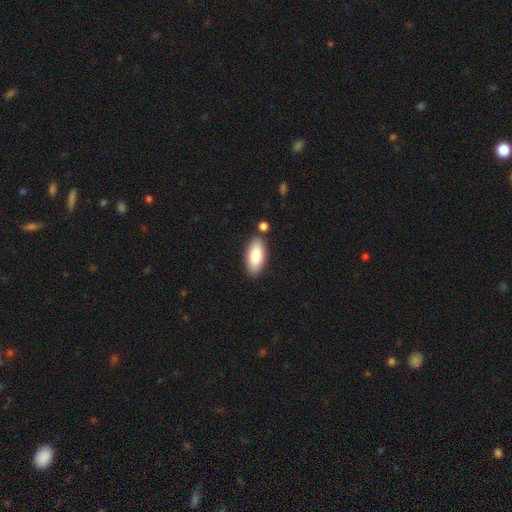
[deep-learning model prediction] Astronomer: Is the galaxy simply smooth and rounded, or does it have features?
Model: smooth — 84%.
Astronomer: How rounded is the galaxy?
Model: in between — 89%.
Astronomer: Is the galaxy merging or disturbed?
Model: none — 79%.